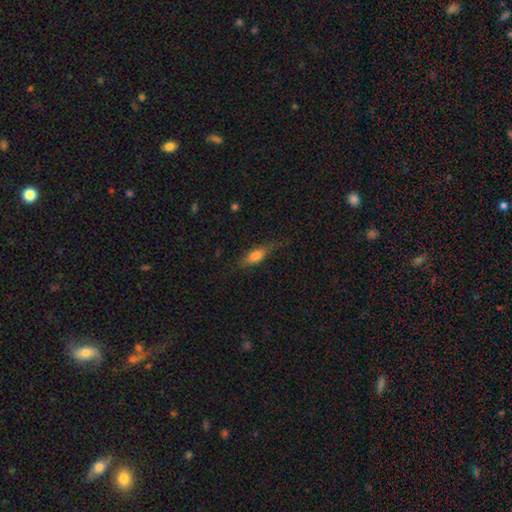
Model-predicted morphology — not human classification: smooth_or_featured: smooth (p=0.64) [alt: featured or disk p=0.28]
how_rounded: in between (p=0.54) [alt: cigar-shaped p=0.43]
merging: none (p=0.69) [alt: minor disturbance p=0.23]